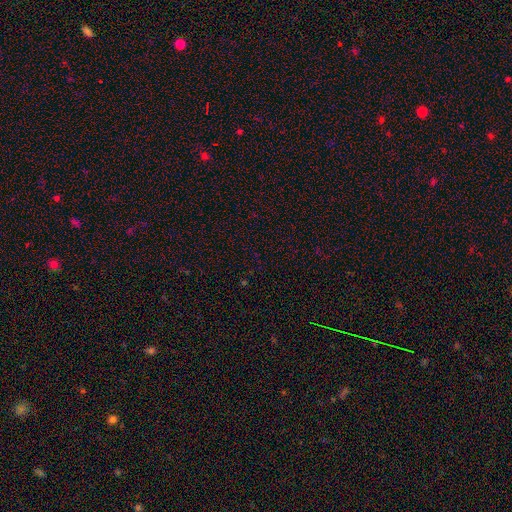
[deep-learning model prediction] Smooth or featured?
  - star or artifact: 68% *
  - smooth: 25%
  - featured or disk: 7%